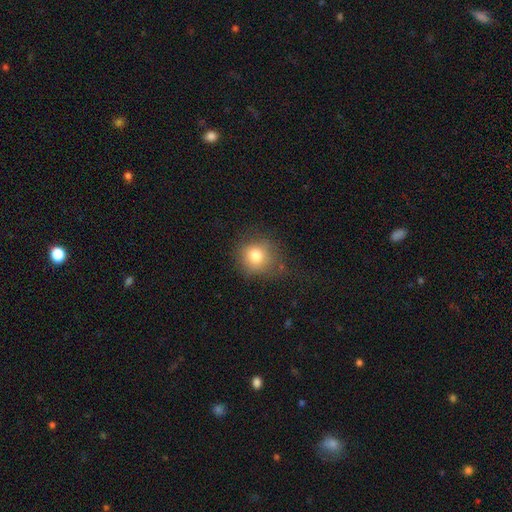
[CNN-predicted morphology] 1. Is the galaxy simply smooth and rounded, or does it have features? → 79% smooth, 11% star or artifact, 10% featured or disk.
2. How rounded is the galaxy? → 81% round, 18% in between, 1% cigar-shaped.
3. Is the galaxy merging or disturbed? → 65% none, 22% minor disturbance, 10% major disturbance, 2% merger.